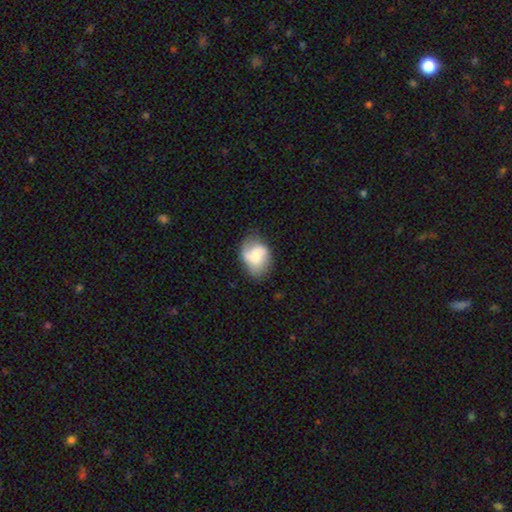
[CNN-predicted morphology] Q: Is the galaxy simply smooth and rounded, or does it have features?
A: smooth — 48%.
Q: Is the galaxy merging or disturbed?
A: none — 59%.